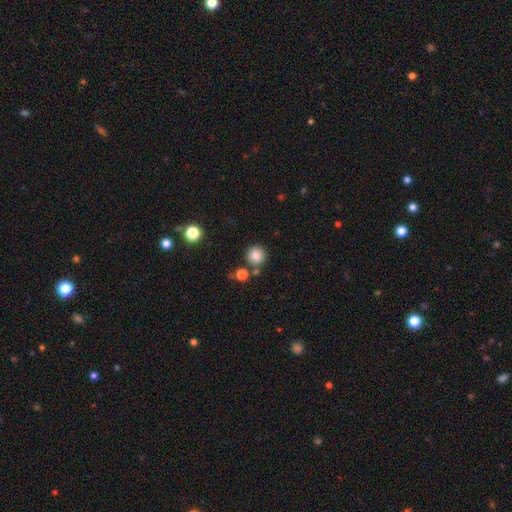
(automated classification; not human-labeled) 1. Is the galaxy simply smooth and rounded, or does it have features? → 85% smooth, 11% star or artifact, 4% featured or disk.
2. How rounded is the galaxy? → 94% round, 5% in between, 1% cigar-shaped.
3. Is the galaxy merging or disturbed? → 80% none, 9% merger, 8% minor disturbance, 3% major disturbance.